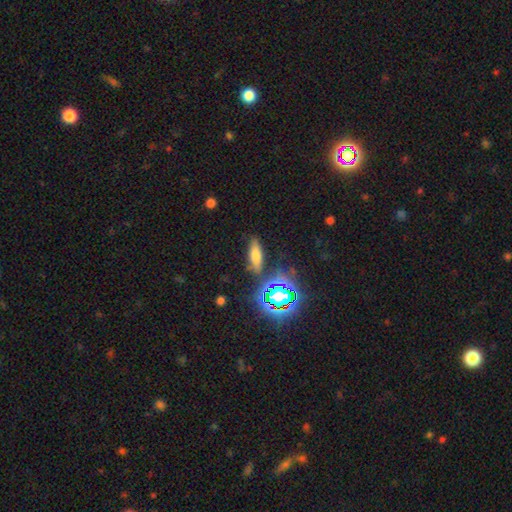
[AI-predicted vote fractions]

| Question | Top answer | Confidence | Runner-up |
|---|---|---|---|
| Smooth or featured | smooth | 62% | star or artifact (22%) |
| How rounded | in between | 48% | cigar-shaped (46%) |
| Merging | none | 80% | minor disturbance (12%) |